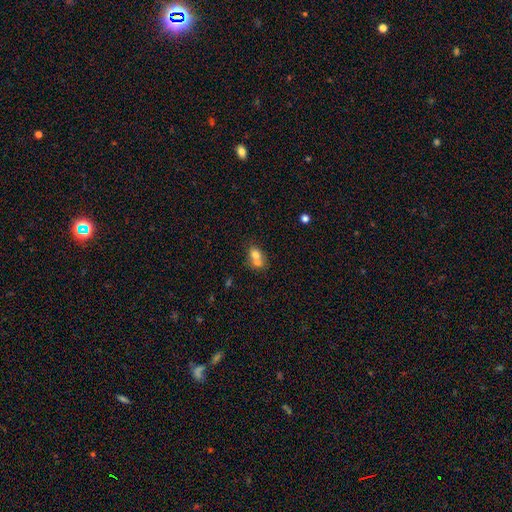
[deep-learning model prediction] Smooth or featured? smooth (70%)
How rounded? in between (49%, tied with round)
Merging? merger (63%)